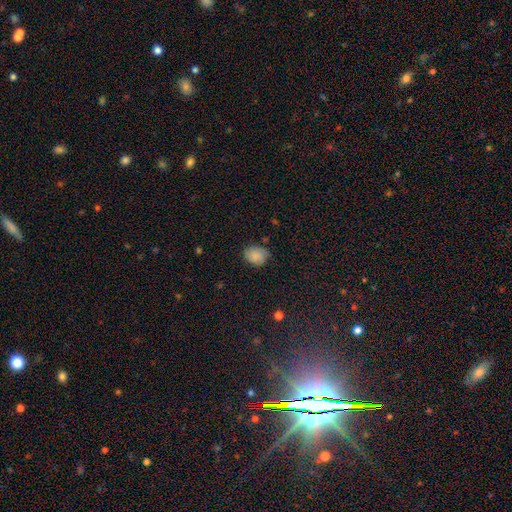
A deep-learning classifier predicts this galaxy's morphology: Smooth or featured? smooth (79%)
How rounded? round (54%)
Merging? none (68%)